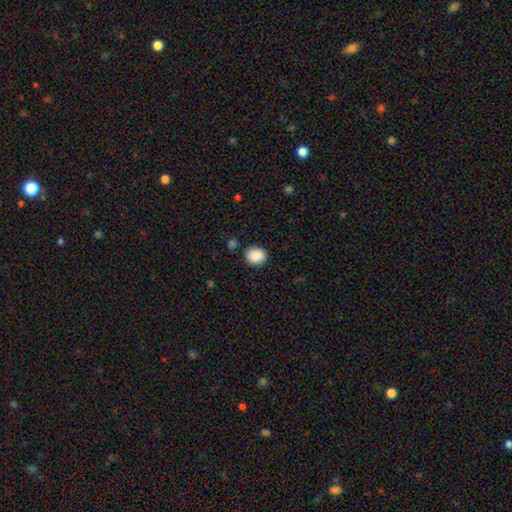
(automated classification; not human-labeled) A smooth galaxy with no disk features (89%) that is round (64%). Merging: none (86%).